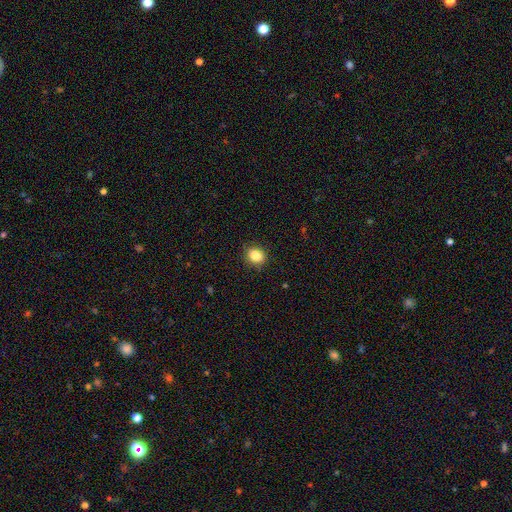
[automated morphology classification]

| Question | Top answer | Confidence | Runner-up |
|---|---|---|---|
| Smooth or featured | smooth | 85% | star or artifact (10%) |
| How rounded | round | 62% | in between (37%) |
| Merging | none | 87% | minor disturbance (9%) |